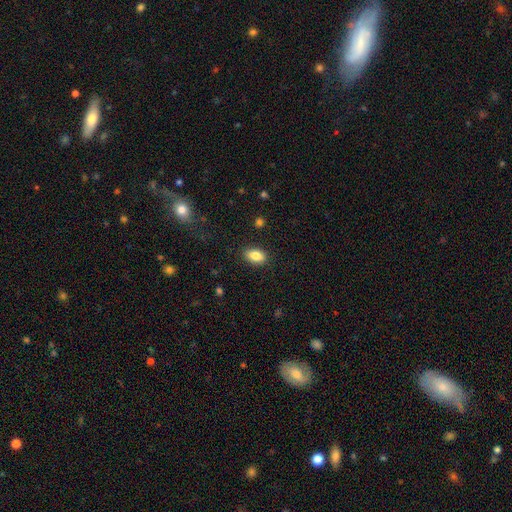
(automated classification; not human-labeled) smooth_or_featured: smooth (p=0.85) [alt: star or artifact p=0.08]
how_rounded: in between (p=0.88) [alt: round p=0.10]
merging: none (p=0.87) [alt: minor disturbance p=0.09]